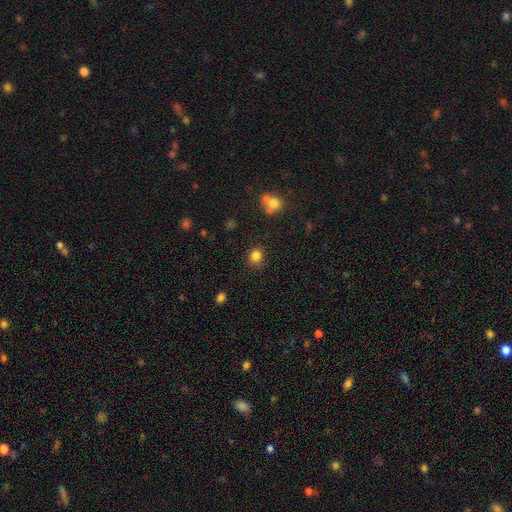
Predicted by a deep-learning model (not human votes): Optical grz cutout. It shows a smooth galaxy with no disk features (84%) that is round (77%). Merging: none (82%).